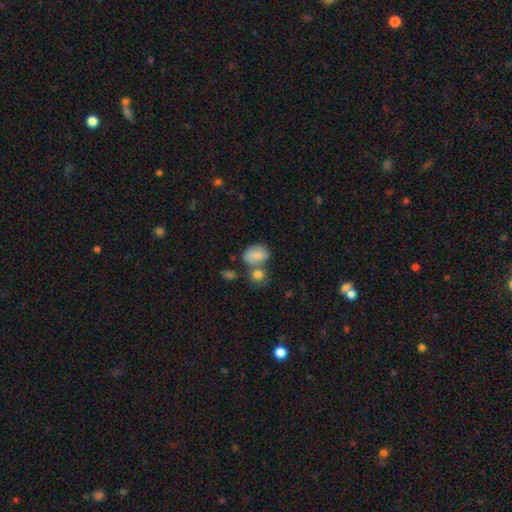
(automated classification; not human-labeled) A smooth galaxy with no disk features (77%) that is in between round and cigar-shaped (67%).

Vote fractions:
- Smooth or featured? smooth: 77% / featured or disk: 14% / star or artifact: 9%
- How rounded? in between: 67% / round: 32% / cigar-shaped: 1%
- Merging? none: 45% / merger: 31% / minor disturbance: 18% / major disturbance: 7%